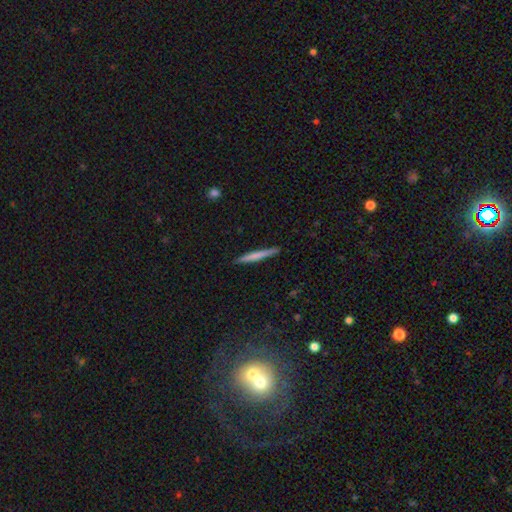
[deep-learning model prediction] Q: Smooth or featured?
A: smooth (65%); runner-up: featured or disk (30%)
Q: How rounded?
A: cigar-shaped (96%); runner-up: in between (2%)
Q: Merging?
A: none (90%); runner-up: minor disturbance (7%)